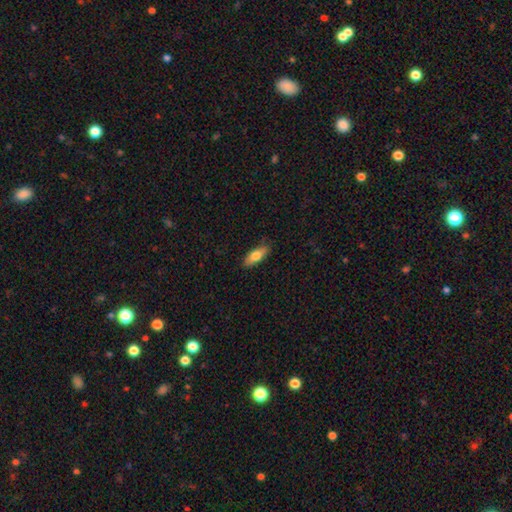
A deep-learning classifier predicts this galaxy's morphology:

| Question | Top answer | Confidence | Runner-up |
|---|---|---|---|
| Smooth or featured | smooth | 73% | featured or disk (21%) |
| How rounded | in between | 70% | cigar-shaped (28%) |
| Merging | none | 85% | minor disturbance (12%) |